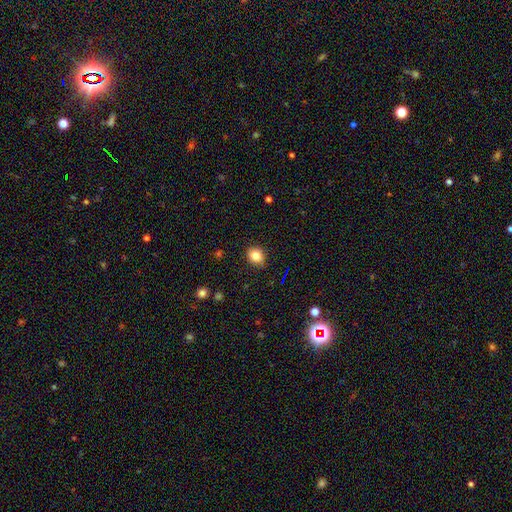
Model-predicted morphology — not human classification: smooth_or_featured: smooth (p=0.83) [alt: star or artifact p=0.11]
how_rounded: round (p=0.63) [alt: in between p=0.36]
merging: none (p=0.89) [alt: minor disturbance p=0.08]